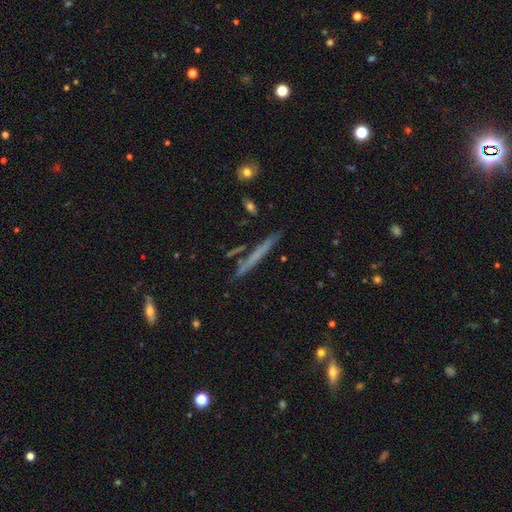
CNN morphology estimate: The model was most divided on "smooth or featured": smooth: 48%, featured or disk: 44%, star or artifact: 8%. More confident: merging — none (86%).